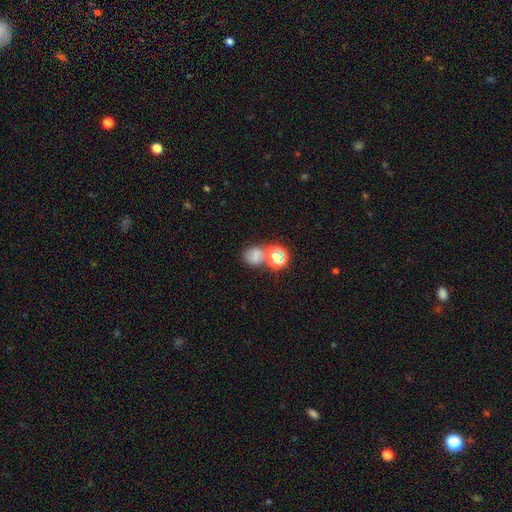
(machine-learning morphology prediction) Smooth or featured? Predicted: smooth (p=0.66). How rounded? Predicted: round (p=0.68). Merging? Predicted: none (p=0.50).